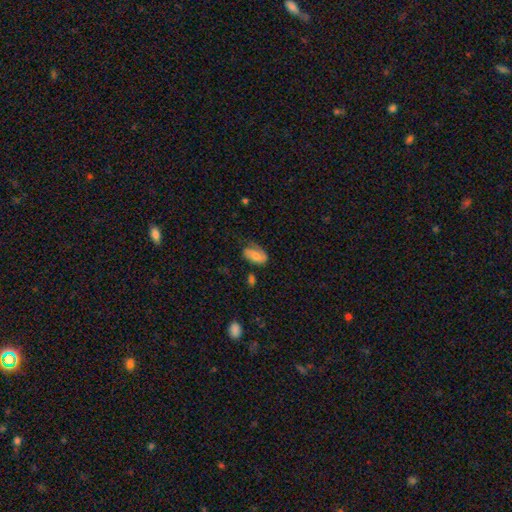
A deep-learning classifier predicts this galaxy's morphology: Q: Smooth or featured?
A: smooth (55%); runner-up: featured or disk (37%)
Q: How rounded?
A: in between (91%); runner-up: round (6%)
Q: Merging?
A: none (55%); runner-up: minor disturbance (30%)